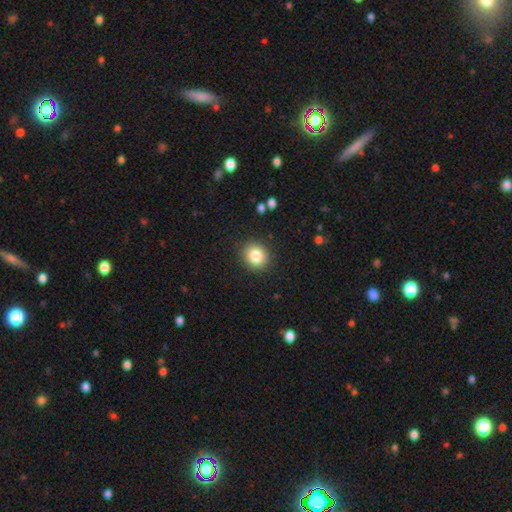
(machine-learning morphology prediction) Smooth or featured? Predicted: smooth (p=0.83). How rounded? Predicted: round (p=0.80). Merging? Predicted: none (p=0.90).